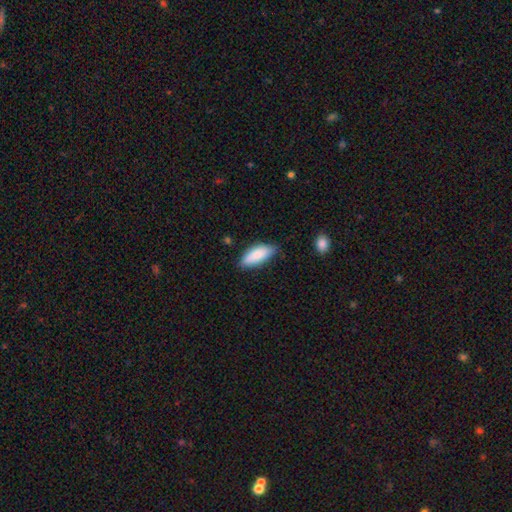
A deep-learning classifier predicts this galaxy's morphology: A smooth galaxy with no disk features (86%) that is in between round and cigar-shaped (80%). Merging: none (74%).